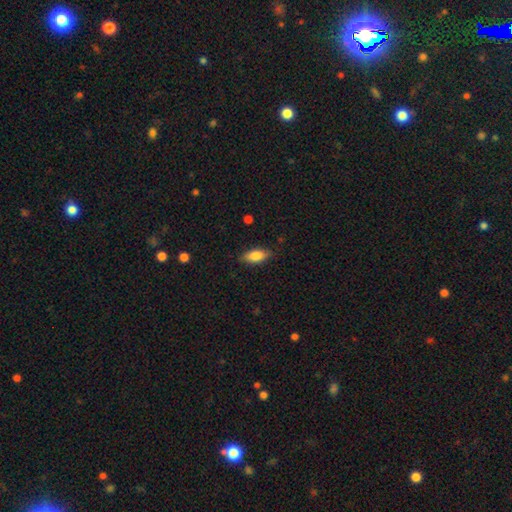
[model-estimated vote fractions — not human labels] A smooth galaxy with no disk features (81%) that is in between round and cigar-shaped (81%).

Vote fractions:
- Smooth or featured? smooth: 81% / featured or disk: 12% / star or artifact: 7%
- How rounded? in between: 81% / cigar-shaped: 16% / round: 3%
- Merging? none: 84% / minor disturbance: 12% / major disturbance: 3% / merger: 1%